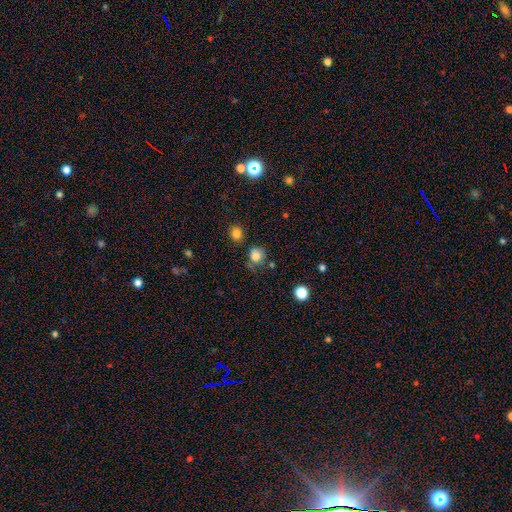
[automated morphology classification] Q: Smooth or featured?
A: smooth (81%); runner-up: star or artifact (14%)
Q: How rounded?
A: round (82%); runner-up: in between (17%)
Q: Merging?
A: none (67%); runner-up: minor disturbance (18%)